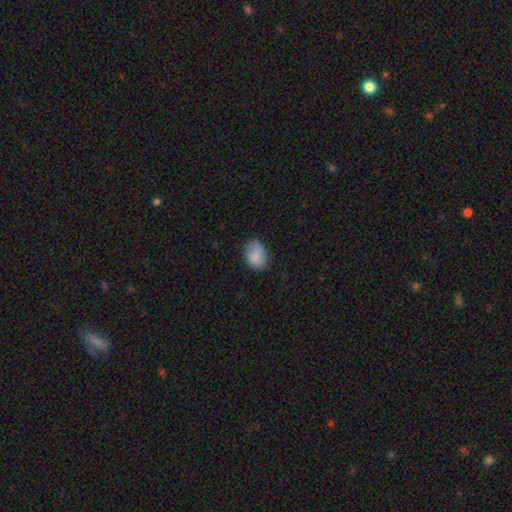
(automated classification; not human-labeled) A smooth galaxy with no disk features (85%) that is in between round and cigar-shaped (72%).

Vote fractions:
- Smooth or featured? smooth: 85% / star or artifact: 8% / featured or disk: 7%
- How rounded? in between: 72% / round: 27% / cigar-shaped: 1%
- Merging? none: 71% / minor disturbance: 23% / major disturbance: 5% / merger: 1%